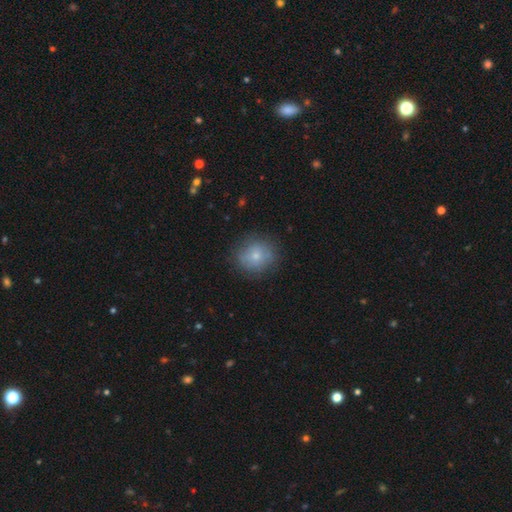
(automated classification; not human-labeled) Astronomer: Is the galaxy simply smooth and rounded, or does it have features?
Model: smooth — 71%.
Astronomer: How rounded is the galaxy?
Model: round — 86%.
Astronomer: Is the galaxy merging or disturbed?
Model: none — 80%.